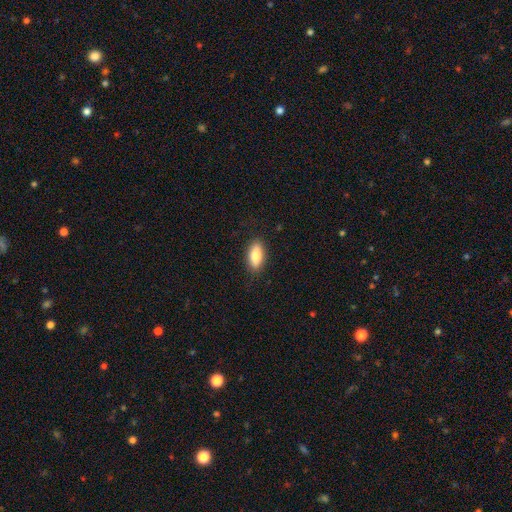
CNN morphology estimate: The model was most divided on "smooth or featured": smooth: 81%, featured or disk: 12%, star or artifact: 7%. More confident: merging — none (87%); how rounded — in between (83%).